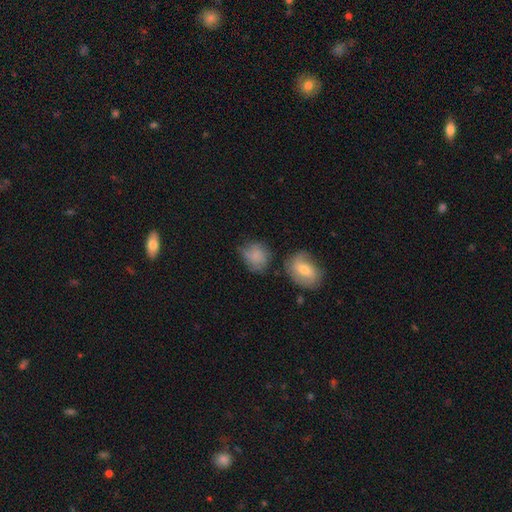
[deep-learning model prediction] A smooth galaxy with no disk features (71%) that is round (64%). Merging: none (51%).